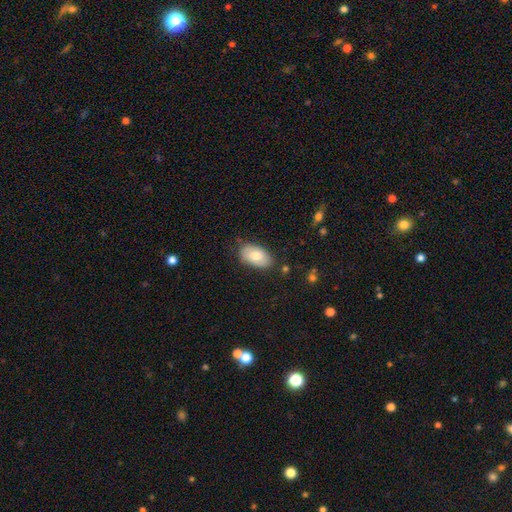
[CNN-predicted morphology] A smooth galaxy with no disk features (75%) that is in between round and cigar-shaped (94%). Merging: none (80%).